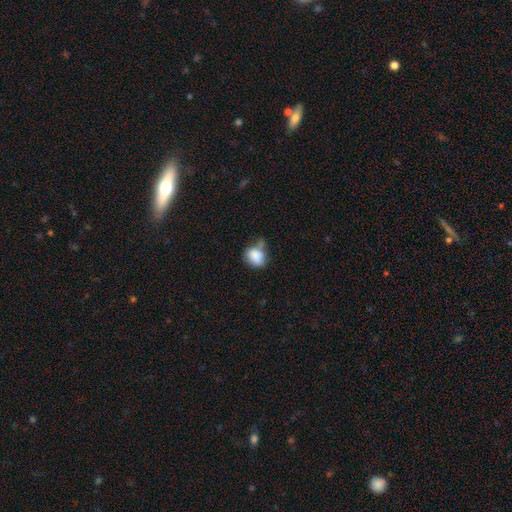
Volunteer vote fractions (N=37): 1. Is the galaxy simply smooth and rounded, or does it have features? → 86% smooth, 8% featured or disk, 5% star or artifact.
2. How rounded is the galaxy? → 62% round, 38% in between, 0% cigar-shaped.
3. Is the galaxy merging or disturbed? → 40% none, 26% minor disturbance, 20% major disturbance, 14% merger.